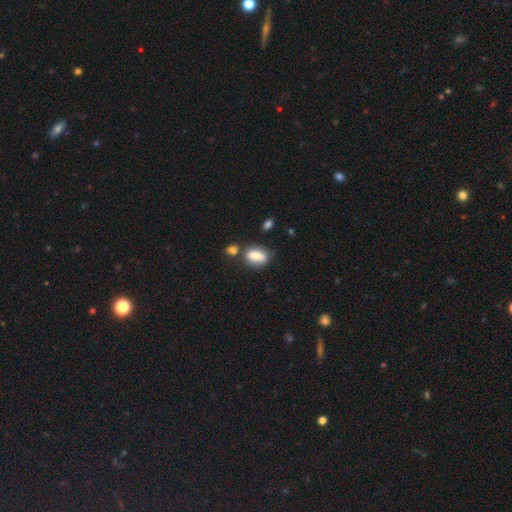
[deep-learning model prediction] Morphology: type=smooth (82%); roundness=in between (83%); merging=none (58%).